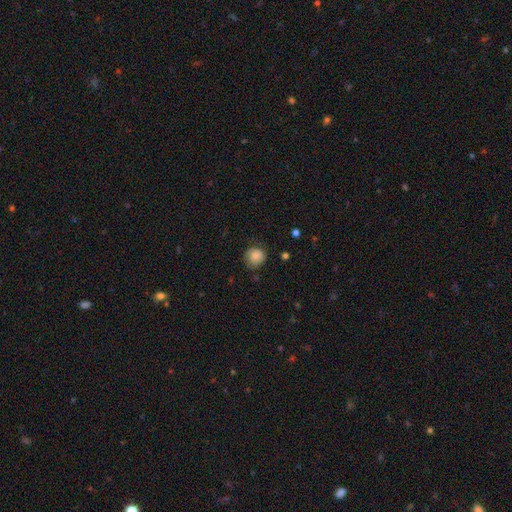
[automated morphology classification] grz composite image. It shows a smooth galaxy with no disk features (76%) that is round (83%). Merging: none (66%).